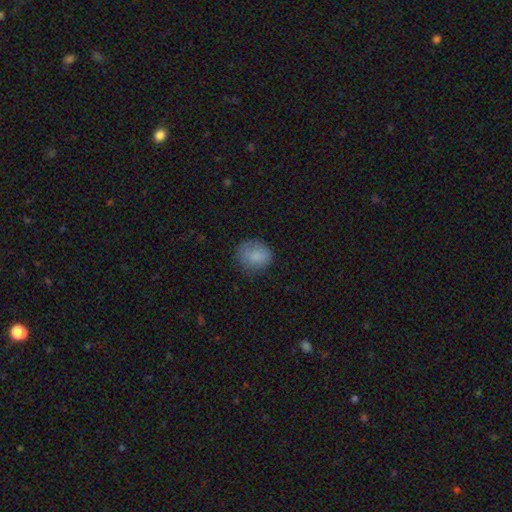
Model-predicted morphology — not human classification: smooth 83%, featured or disk 9%, star or artifact 8%. Down the decision tree: how rounded — round (70%); merging — none (67%).